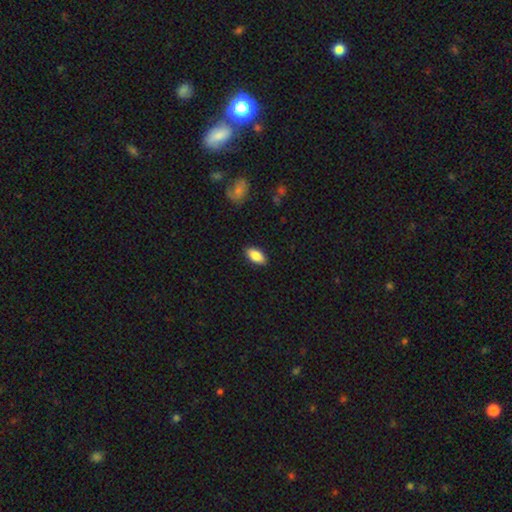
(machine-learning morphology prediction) This is clearly a smooth galaxy (87%). How rounded: clearly in between (92%). Merging: clearly none (88%).